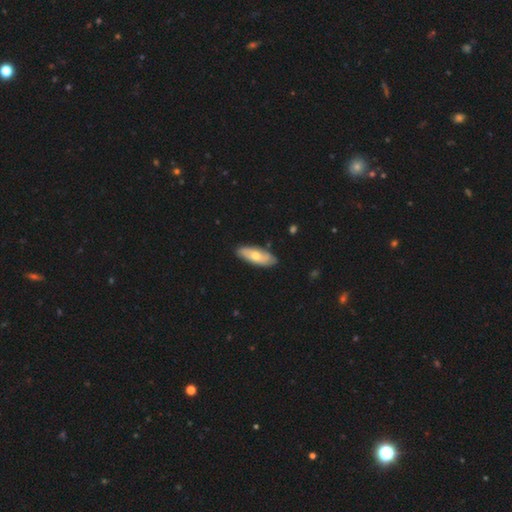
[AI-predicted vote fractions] This is possibly a smooth galaxy (57%). How rounded: likely in between (71%). Merging: clearly none (85%).